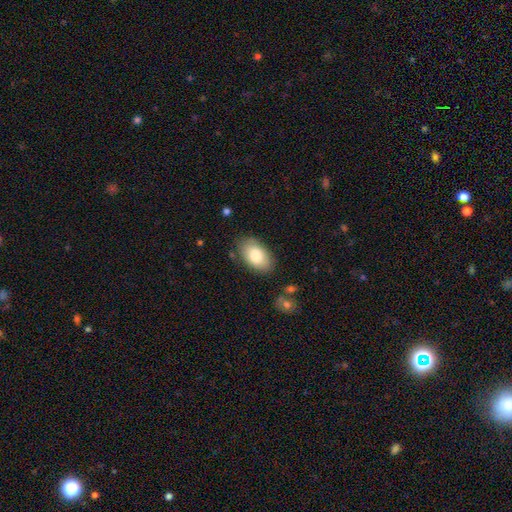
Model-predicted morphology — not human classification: Smooth or featured?
  - smooth: 80% *
  - featured or disk: 14%
  - star or artifact: 7%
How rounded?
  - in between: 93% *
  - round: 6%
  - cigar-shaped: 1%
Merging?
  - none: 81% *
  - minor disturbance: 14%
  - major disturbance: 3%
  - merger: 2%